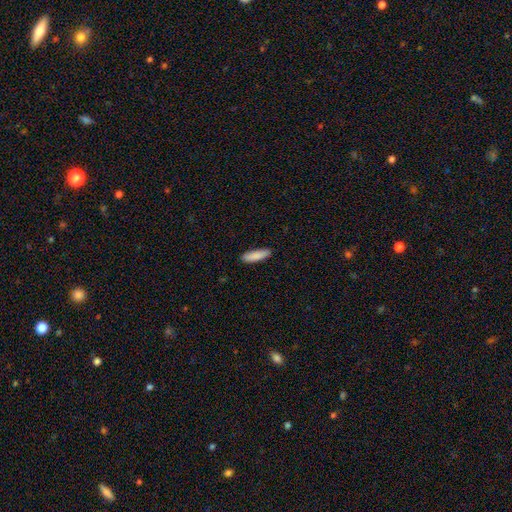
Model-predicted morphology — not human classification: smooth-or-featured: smooth: 88% | featured or disk: 6% | star or artifact: 6%
  how-rounded: cigar-shaped: 59% | in between: 39% | round: 1%
  merging: none: 88% | minor disturbance: 9% | major disturbance: 2% | merger: 1%